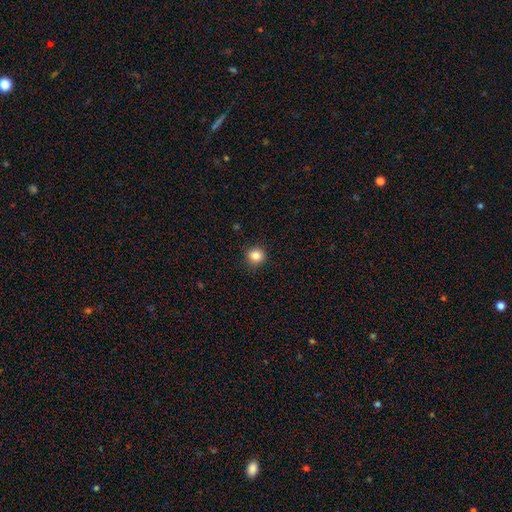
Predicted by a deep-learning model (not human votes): Smooth or featured? smooth (85%)
How rounded? round (87%)
Merging? none (89%)